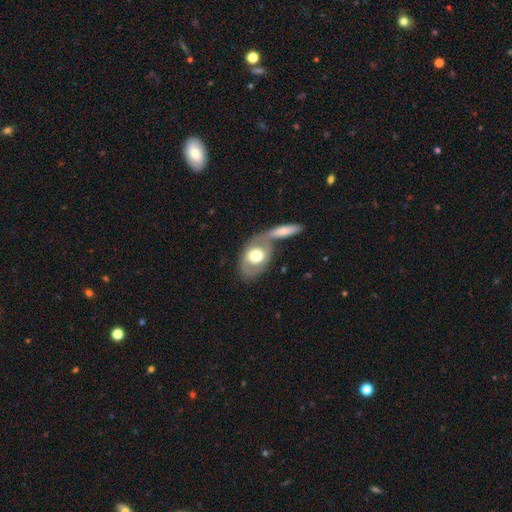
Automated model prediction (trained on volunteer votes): This appears to be a smooth galaxy with no disk features (51%) that is in between round and cigar-shaped (80%). Merging: merger (43%).